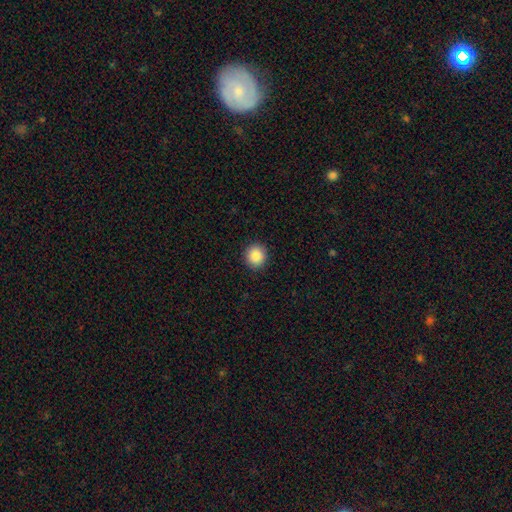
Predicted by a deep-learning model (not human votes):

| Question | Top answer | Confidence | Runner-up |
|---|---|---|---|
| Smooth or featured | smooth | 88% | star or artifact (9%) |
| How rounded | round | 90% | in between (10%) |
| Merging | none | 92% | minor disturbance (5%) |